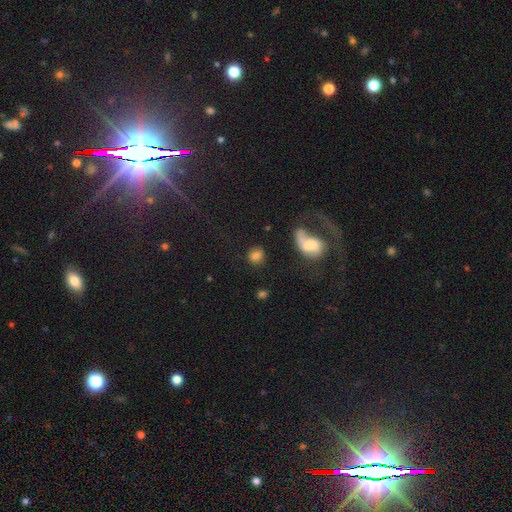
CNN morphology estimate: A smooth galaxy with no disk features (76%) that is round (65%). Merging: none (71%).